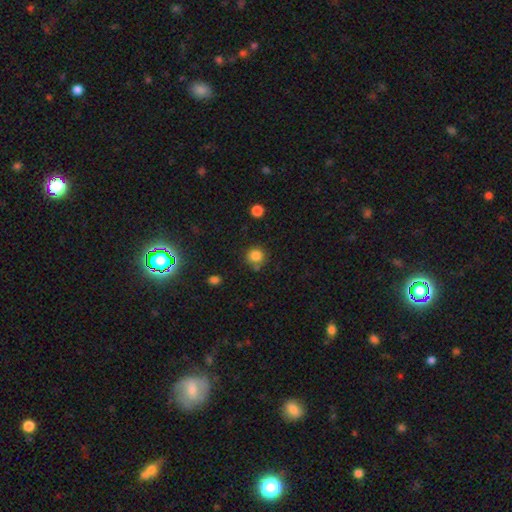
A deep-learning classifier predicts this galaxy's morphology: type=smooth (82%); roundness=round (88%); merging=none (73%).